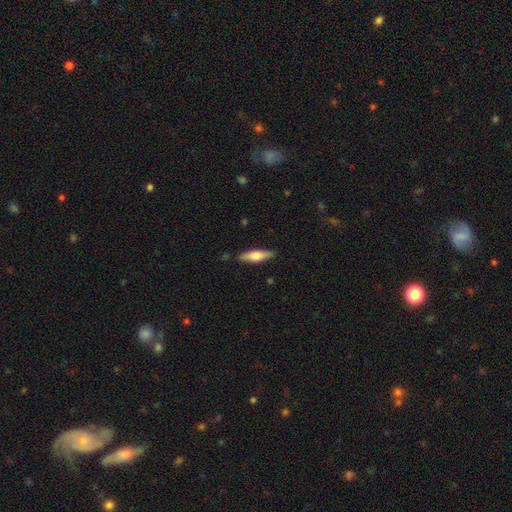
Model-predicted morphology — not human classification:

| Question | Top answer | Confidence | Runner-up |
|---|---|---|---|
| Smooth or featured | smooth | 58% | featured or disk (37%) |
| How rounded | cigar-shaped | 64% | in between (34%) |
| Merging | none | 87% | minor disturbance (10%) |